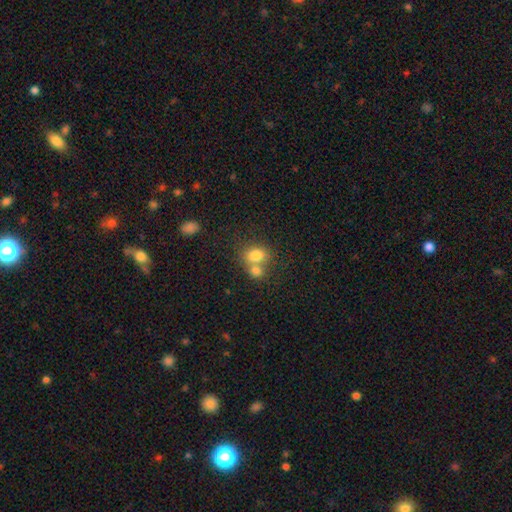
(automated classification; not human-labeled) A smooth galaxy with no disk features (78%) that is in between round and cigar-shaped (54%). Merging: merger (55%).